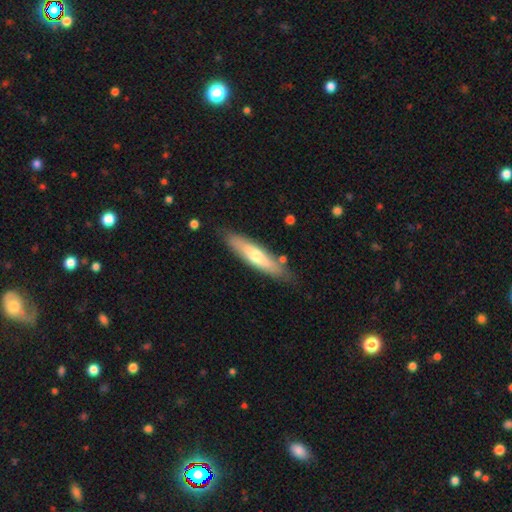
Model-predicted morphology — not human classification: smooth-or-featured: smooth: 52% | featured or disk: 42% | star or artifact: 5%
  how-rounded: cigar-shaped: 73% | in between: 26% | round: 1%
  merging: none: 81% | minor disturbance: 14% | merger: 3% | major disturbance: 3%